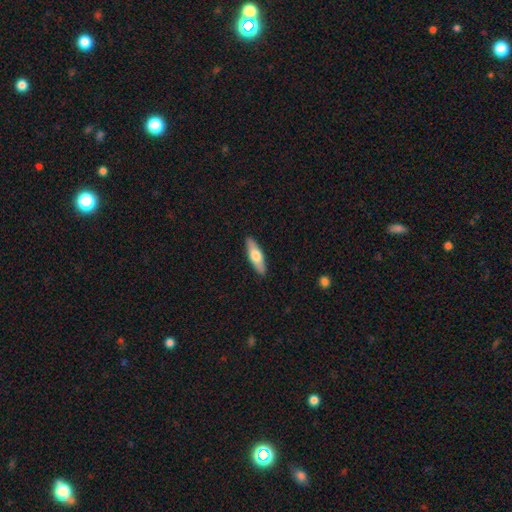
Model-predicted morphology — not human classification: A smooth galaxy with no disk features (62%) that is cigar-shaped (50%). Merging: none (90%).